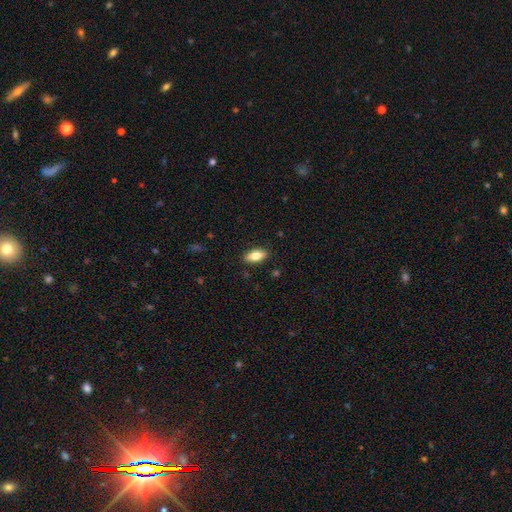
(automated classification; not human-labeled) Smooth or featured? Predicted: smooth (p=0.75). How rounded? Predicted: in between (p=0.85). Merging? Predicted: none (p=0.89).